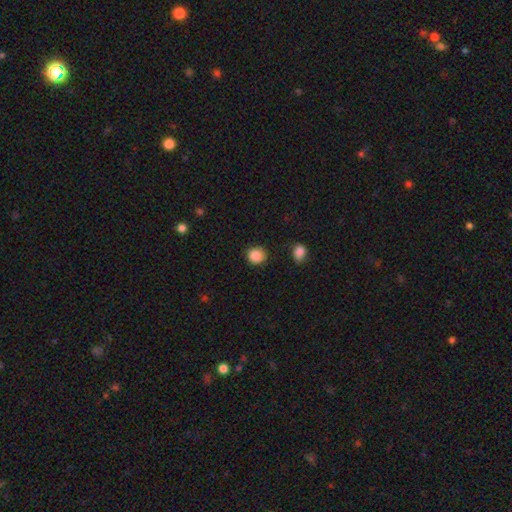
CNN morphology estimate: smooth-or-featured: smooth: 88% | star or artifact: 9% | featured or disk: 3%
  how-rounded: round: 88% | in between: 11% | cigar-shaped: 1%
  merging: none: 86% | minor disturbance: 9% | major disturbance: 3% | merger: 2%